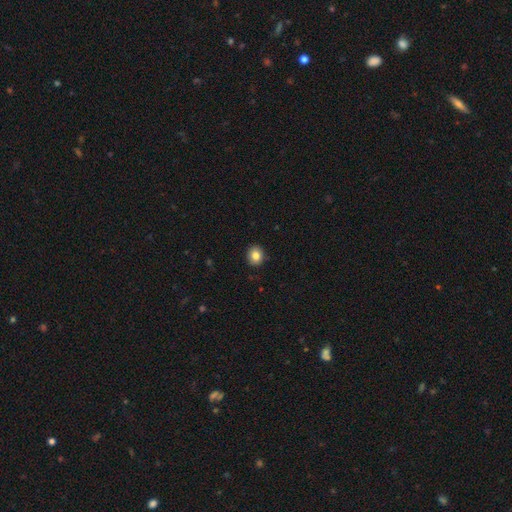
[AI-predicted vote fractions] A smooth galaxy with no disk features (83%) that is round (75%).

Vote fractions:
- Smooth or featured? smooth: 83% / star or artifact: 9% / featured or disk: 7%
- How rounded? round: 75% / in between: 24% / cigar-shaped: 1%
- Merging? none: 90% / minor disturbance: 7% / major disturbance: 2% / merger: 1%